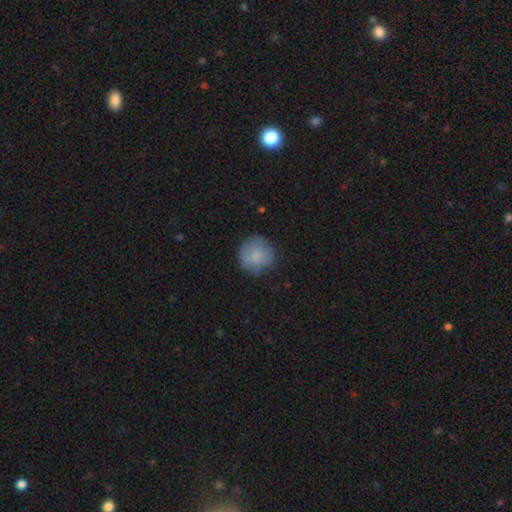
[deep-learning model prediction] Q: Smooth or featured?
A: smooth (80%); runner-up: featured or disk (13%)
Q: How rounded?
A: round (93%); runner-up: in between (6%)
Q: Merging?
A: none (76%); runner-up: minor disturbance (18%)